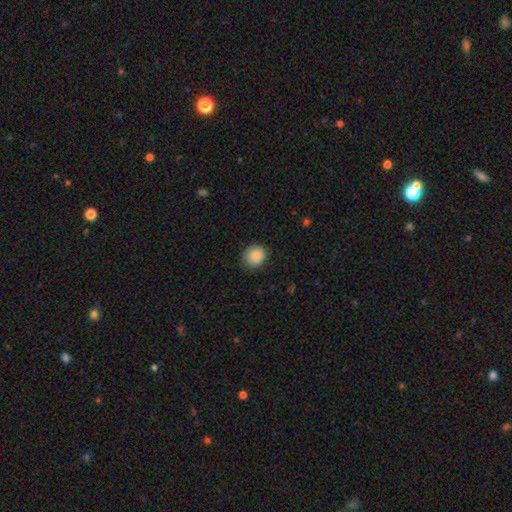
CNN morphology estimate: This is clearly a smooth galaxy (88%). How rounded: likely round (71%). Merging: clearly none (82%).